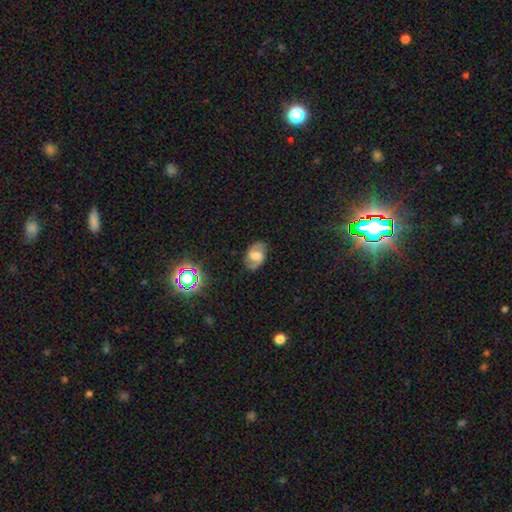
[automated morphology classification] smooth_or_featured: featured or disk (p=0.62) [alt: smooth p=0.28]
disk_edge_on: no (p=0.96) [alt: yes p=0.04]
bar: weak (p=0.50) [alt: no p=0.31]
has_spiral_arms: yes (p=0.86) [alt: no p=0.14]
spiral_winding: medium (p=0.50) [alt: loose p=0.26]
spiral_arm_count: 2 (p=0.86) [alt: can't tell p=0.08]
bulge_size: moderate (p=0.49) [alt: large p=0.22]
merging: none (p=0.78) [alt: minor disturbance p=0.16]